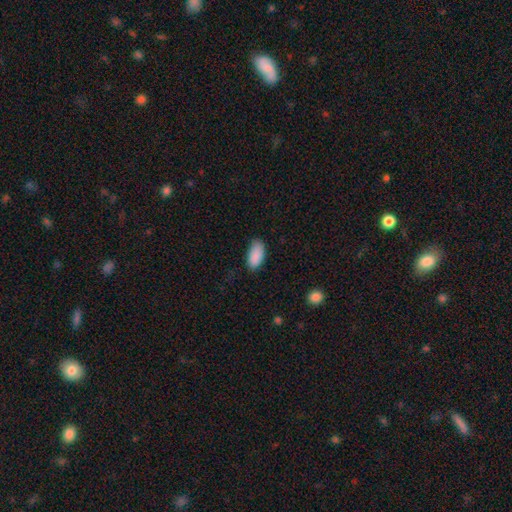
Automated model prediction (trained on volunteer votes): smooth-or-featured: smooth: 90% | star or artifact: 7% | featured or disk: 3%
  how-rounded: in between: 92% | cigar-shaped: 6% | round: 2%
  merging: none: 81% | minor disturbance: 15% | major disturbance: 3% | merger: 1%